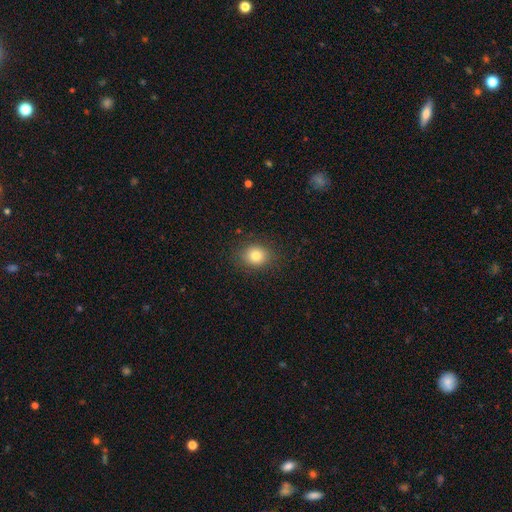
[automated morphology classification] smooth_or_featured: smooth (p=0.81) [alt: star or artifact p=0.11]
how_rounded: round (p=0.69) [alt: in between p=0.30]
merging: none (p=0.87) [alt: minor disturbance p=0.09]